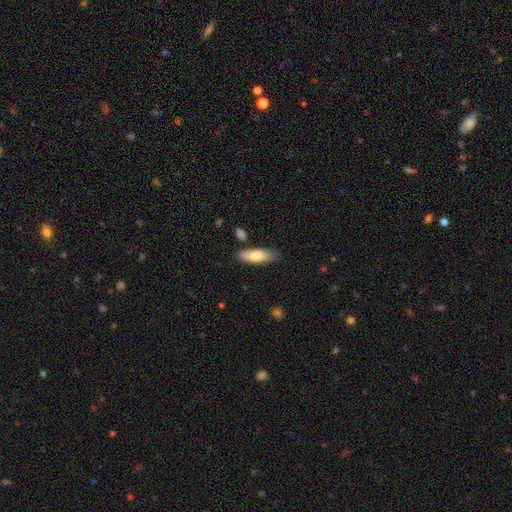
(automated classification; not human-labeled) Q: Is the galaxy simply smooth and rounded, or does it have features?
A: smooth — 78%.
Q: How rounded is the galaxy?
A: in between — 53%.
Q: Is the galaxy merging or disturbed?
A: none — 81%.